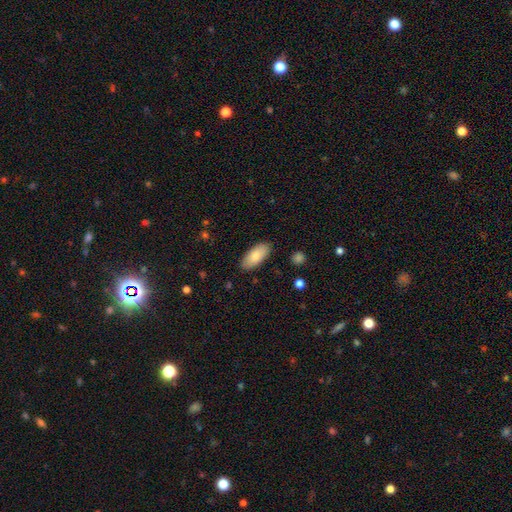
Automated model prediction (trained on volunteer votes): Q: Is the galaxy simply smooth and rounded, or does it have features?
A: smooth — 81%.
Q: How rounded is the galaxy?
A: in between — 89%.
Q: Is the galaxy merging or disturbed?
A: none — 87%.